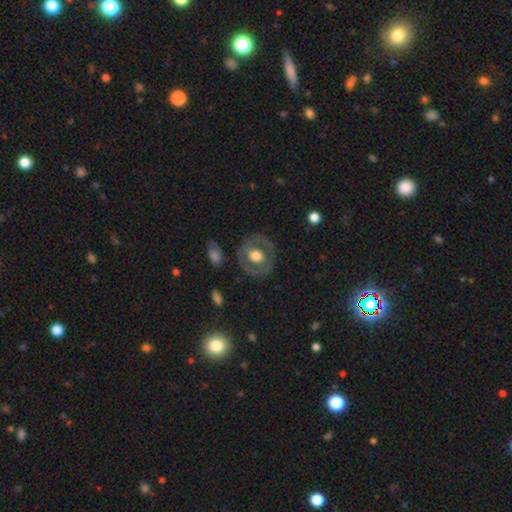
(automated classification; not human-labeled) Smooth or featured? Predicted: featured or disk (p=0.52). Edge-on disk? Predicted: no (p=0.94). Merging? Predicted: none (p=0.80).